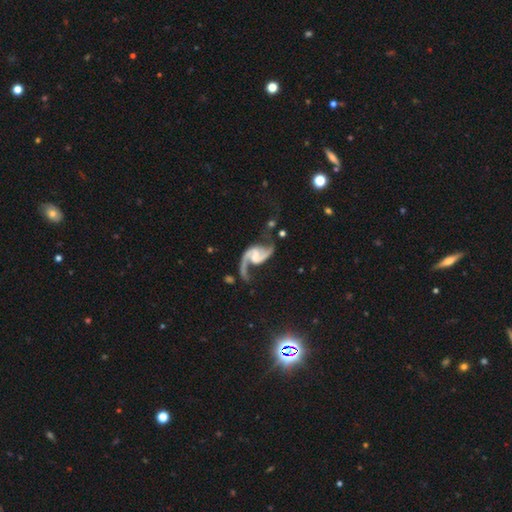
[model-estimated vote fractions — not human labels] The model was most divided on "bar": weak: 44%, no: 33%, strong: 23%. Remaining: edge-on disk — no (98%); spiral arms — yes (98%); spiral arm count — 2 (93%); smooth or featured — featured or disk (92%); spiral winding — loose (61%); merging — none (58%); bulge size — none (48%).